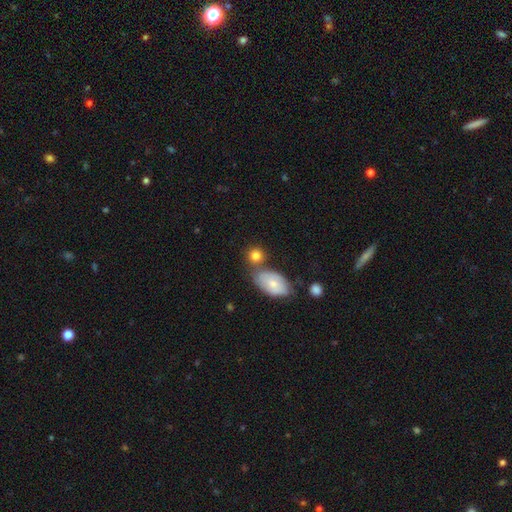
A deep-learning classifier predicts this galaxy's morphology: smooth_or_featured: smooth (p=0.82) [alt: featured or disk p=0.10]
how_rounded: round (p=0.77) [alt: in between p=0.22]
merging: none (p=0.59) [alt: merger p=0.24]